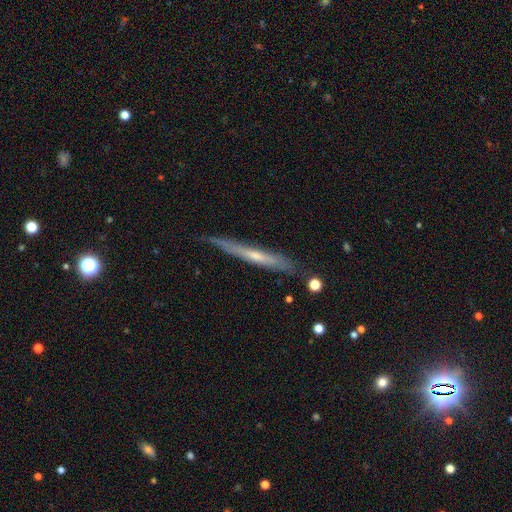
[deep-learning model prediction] A featured or disk galaxy (65%) viewed edge-on (95%) with a rounded central bulge (50%).

Vote fractions:
- Smooth or featured? featured or disk: 65% / smooth: 28% / star or artifact: 8%
- Edge-on disk? yes: 95% / no: 5%
- Edge-on bulge? rounded: 50% / none: 46% / boxy: 4%
- Merging? none: 83% / minor disturbance: 13% / major disturbance: 2% / merger: 2%